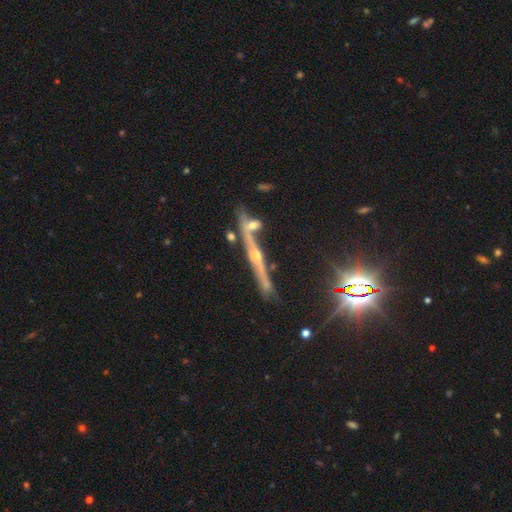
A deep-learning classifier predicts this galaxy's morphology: The model was most divided on "merging": none: 63%, merger: 20%, minor disturbance: 13%, major disturbance: 4%. More confident: edge-on disk — yes (95%); edge-on bulge — rounded (89%); smooth or featured — featured or disk (79%).